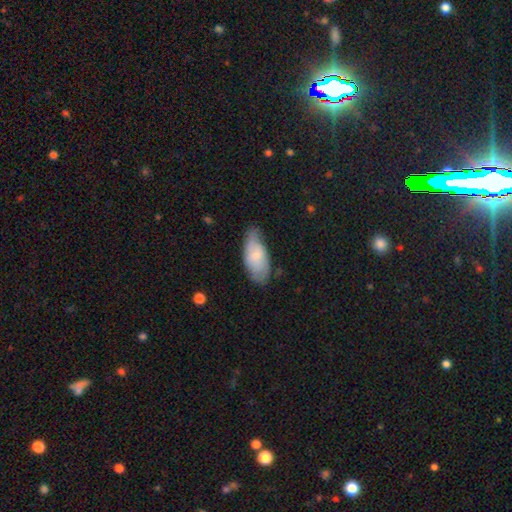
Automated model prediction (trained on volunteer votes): This is likely a smooth galaxy (65%). How rounded: clearly in between (90%). Merging: likely none (61%).